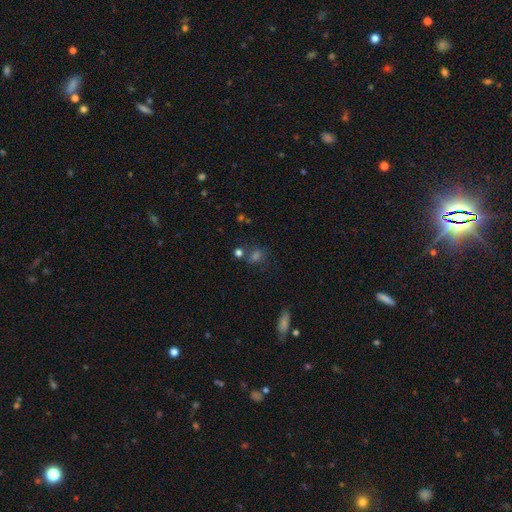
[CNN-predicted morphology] This appears to be a smooth galaxy with no disk features (54%) that is round (62%). Merging: none (67%).